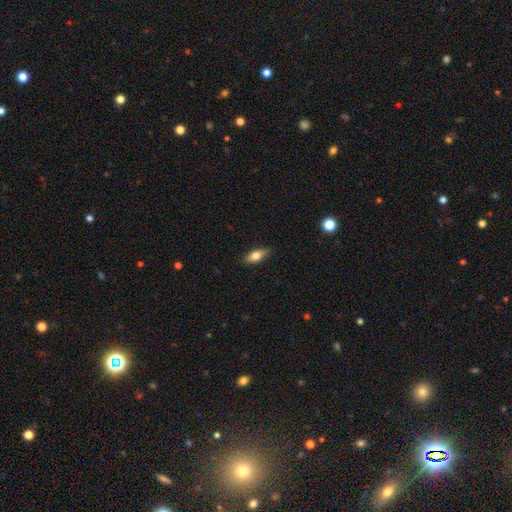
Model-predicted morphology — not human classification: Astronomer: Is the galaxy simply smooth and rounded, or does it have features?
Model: smooth — 70%.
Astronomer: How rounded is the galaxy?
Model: in between — 77%.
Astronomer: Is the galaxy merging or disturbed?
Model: none — 86%.